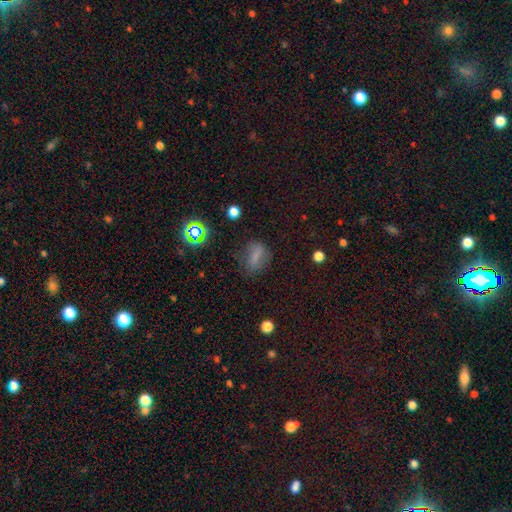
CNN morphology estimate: This appears to be a smooth galaxy with no disk features (68%) that is in between round and cigar-shaped (65%). Merging: none (64%).